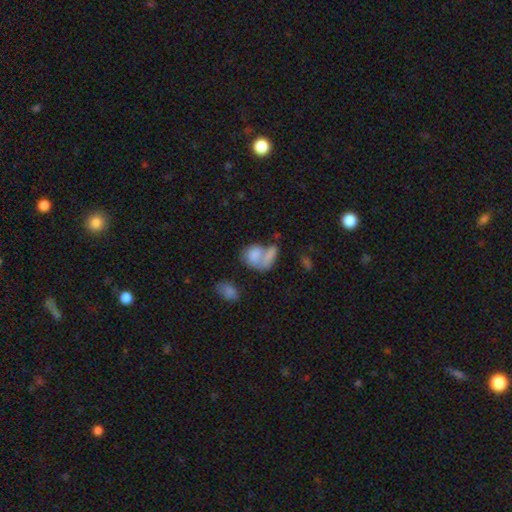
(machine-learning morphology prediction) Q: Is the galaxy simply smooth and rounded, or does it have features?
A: smooth — 74%.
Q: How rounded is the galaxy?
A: in between — 68%.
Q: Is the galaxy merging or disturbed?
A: merger — 57%.